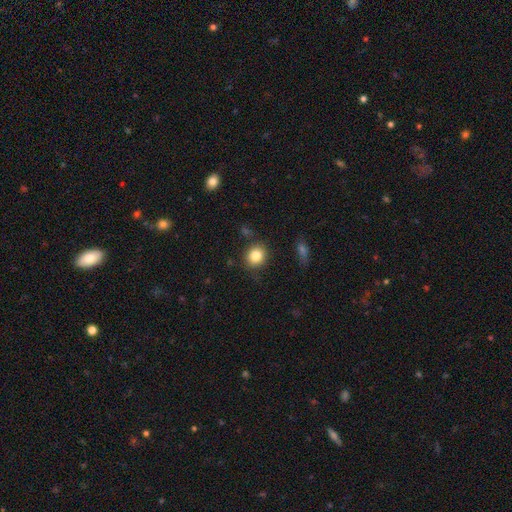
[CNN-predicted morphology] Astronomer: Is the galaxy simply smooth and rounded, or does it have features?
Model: smooth — 83%.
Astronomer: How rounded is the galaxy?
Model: round — 79%.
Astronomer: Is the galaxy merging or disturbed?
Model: none — 85%.